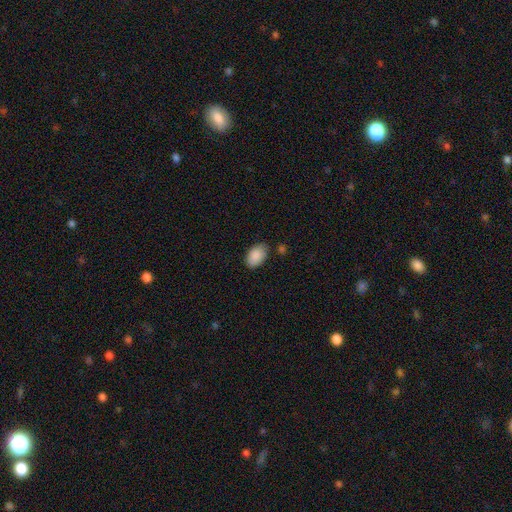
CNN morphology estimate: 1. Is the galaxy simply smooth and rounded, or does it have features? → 90% smooth, 6% star or artifact, 4% featured or disk.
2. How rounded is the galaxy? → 93% in between, 6% round, 1% cigar-shaped.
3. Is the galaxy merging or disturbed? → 79% none, 15% minor disturbance, 3% merger, 3% major disturbance.